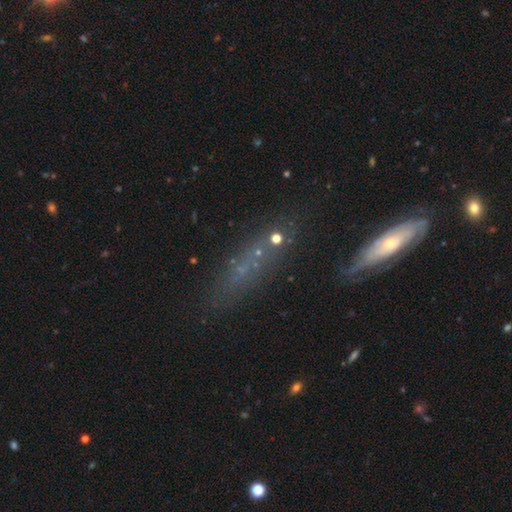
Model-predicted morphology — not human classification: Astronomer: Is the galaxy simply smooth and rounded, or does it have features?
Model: smooth — 43% (runner-up: featured or disk, 33%).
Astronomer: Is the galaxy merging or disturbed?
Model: none — 61%.